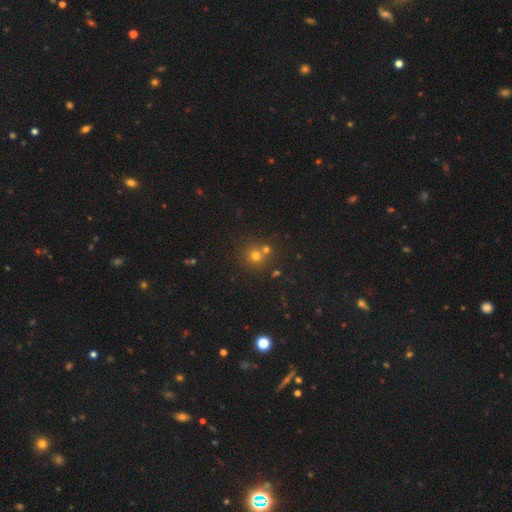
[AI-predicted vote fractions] This is likely a smooth galaxy (68%). How rounded: clearly round (91%). Merging: likely none (63%).